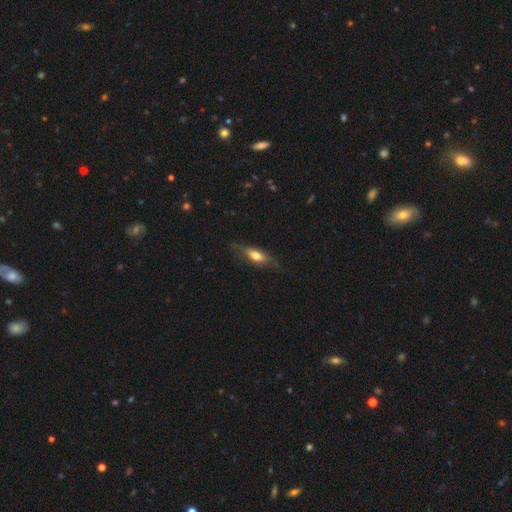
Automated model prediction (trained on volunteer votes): Morphology: type=smooth (53%); roundness=in between (52%); merging=none (69%).